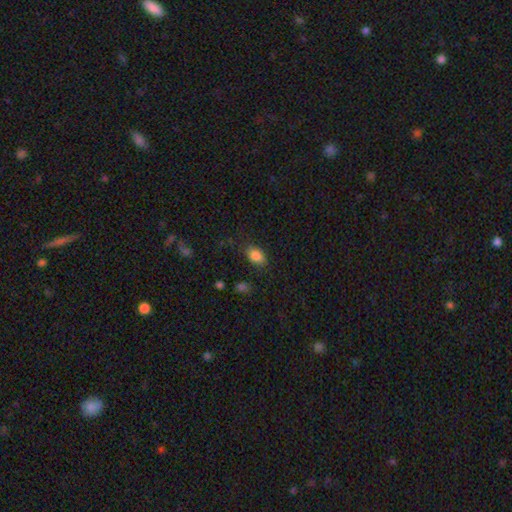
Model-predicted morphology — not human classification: A smooth galaxy with no disk features (85%) that is in between round and cigar-shaped (83%). Merging: none (78%).